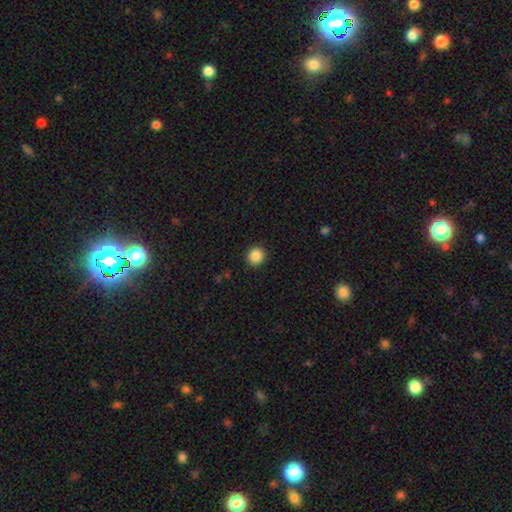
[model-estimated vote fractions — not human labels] Smooth or featured: smooth — 88% (star or artifact — 9%)
How rounded: round — 89% (in between — 10%)
Merging: none — 92% (minor disturbance — 6%)